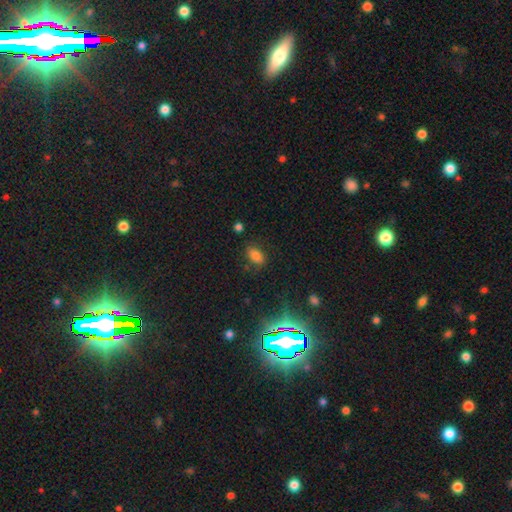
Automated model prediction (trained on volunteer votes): A smooth galaxy with no disk features (76%) that is in between round and cigar-shaped (88%). Merging: none (77%).